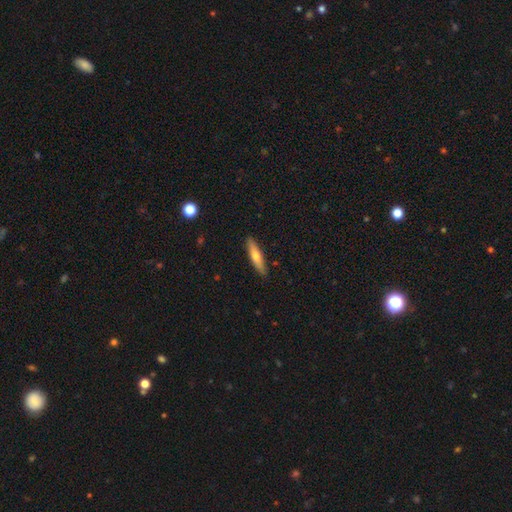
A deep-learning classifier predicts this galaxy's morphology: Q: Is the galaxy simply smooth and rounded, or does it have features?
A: smooth — 55%.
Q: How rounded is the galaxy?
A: cigar-shaped — 82%.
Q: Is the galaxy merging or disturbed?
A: none — 89%.